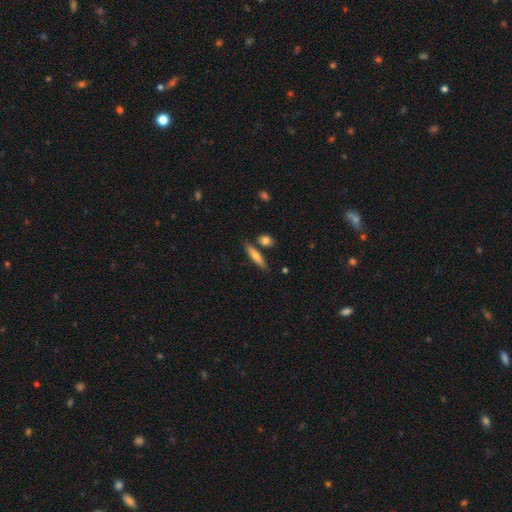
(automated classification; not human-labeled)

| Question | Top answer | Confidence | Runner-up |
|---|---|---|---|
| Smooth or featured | smooth | 69% | featured or disk (25%) |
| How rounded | cigar-shaped | 78% | in between (19%) |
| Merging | none | 76% | minor disturbance (12%) |